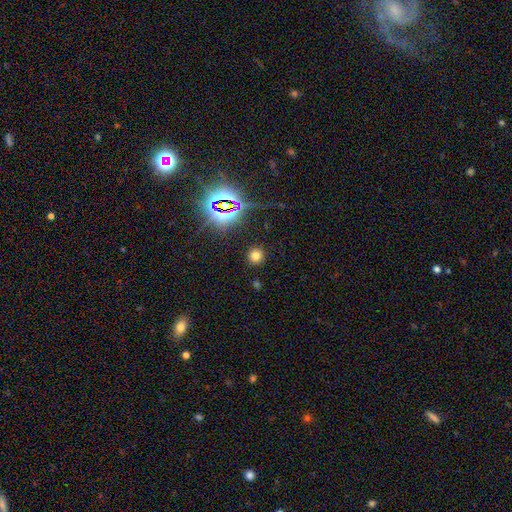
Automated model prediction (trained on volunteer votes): Smooth or featured: smooth — 70% (star or artifact — 23%)
How rounded: round — 91% (in between — 8%)
Merging: none — 89% (minor disturbance — 6%)